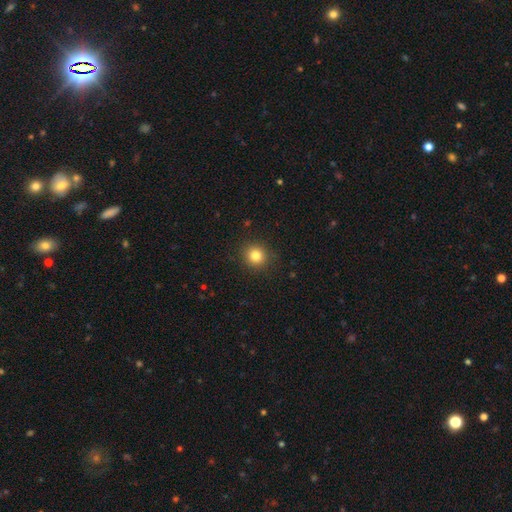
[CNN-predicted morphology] smooth 82%, star or artifact 12%, featured or disk 6%. Down the decision tree: how rounded — round (90%); merging — none (90%).